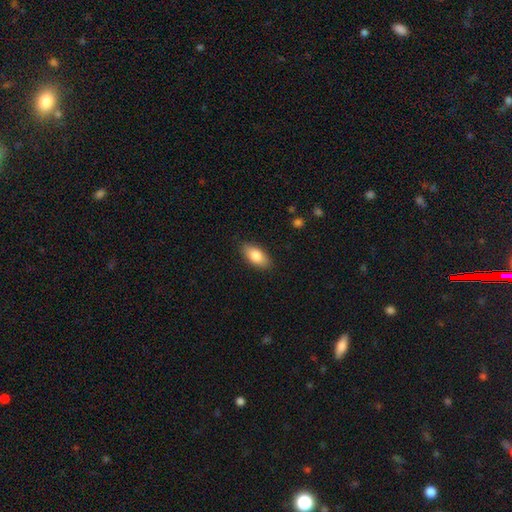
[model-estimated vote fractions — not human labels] smooth 82%, featured or disk 11%, star or artifact 7%. Down the decision tree: how rounded — in between (89%); merging — none (87%).